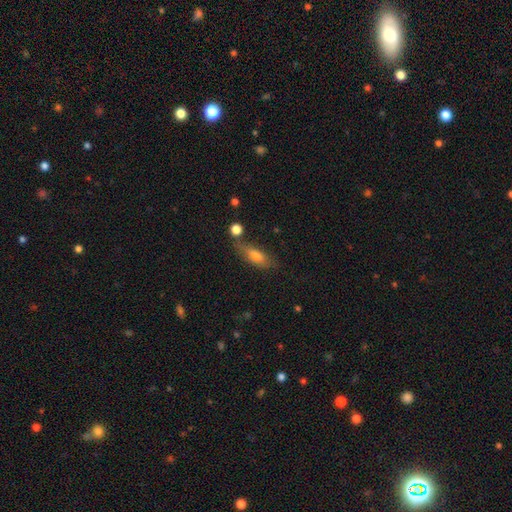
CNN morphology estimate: smooth-or-featured: smooth: 63% | featured or disk: 27% | star or artifact: 9%
  how-rounded: in between: 60% | cigar-shaped: 35% | round: 4%
  merging: none: 62% | minor disturbance: 21% | merger: 10% | major disturbance: 7%